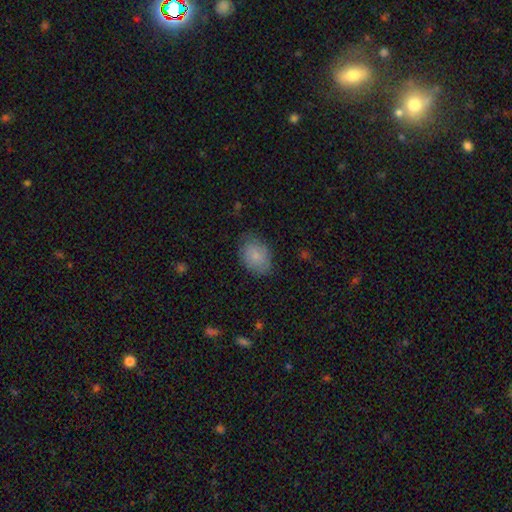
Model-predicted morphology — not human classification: This appears to be a smooth galaxy with no disk features (83%) that is in between round and cigar-shaped (71%). Merging: none (75%).